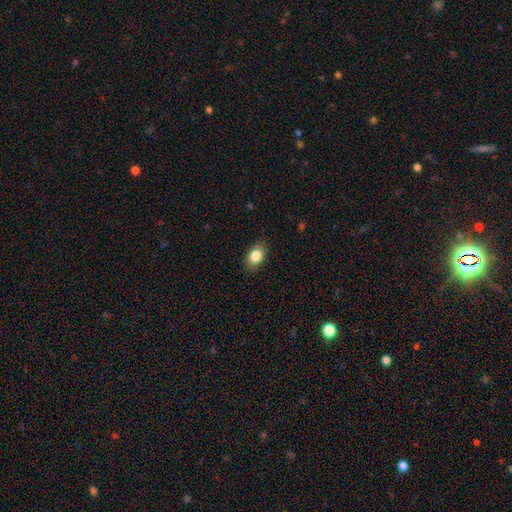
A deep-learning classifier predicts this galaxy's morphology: A smooth galaxy with no disk features (84%) that is in between round and cigar-shaped (85%).

Vote fractions:
- Smooth or featured? smooth: 84% / star or artifact: 8% / featured or disk: 8%
- How rounded? in between: 85% / round: 14% / cigar-shaped: 2%
- Merging? none: 85% / minor disturbance: 11% / major disturbance: 3% / merger: 1%